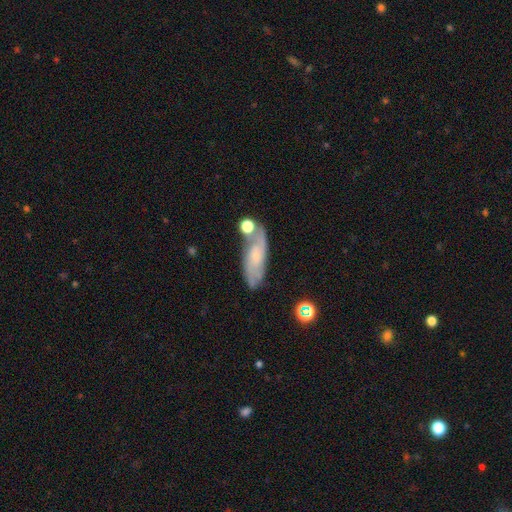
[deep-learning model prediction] Overall: featured or disk (56%; smooth 35%). Edge-on disk: no (82%). Merging: none (56%; minor disturbance 21%).